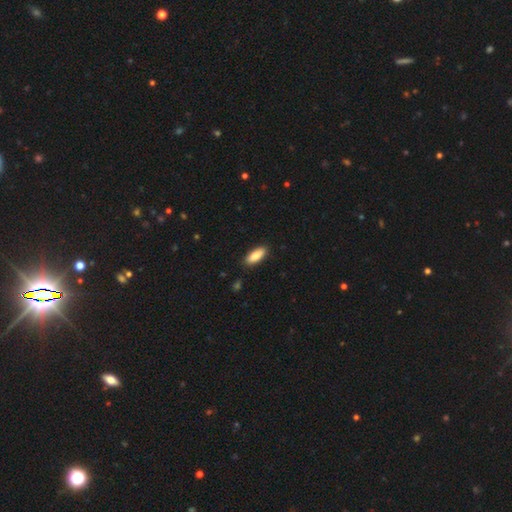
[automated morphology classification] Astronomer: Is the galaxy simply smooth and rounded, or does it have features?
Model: smooth — 86%.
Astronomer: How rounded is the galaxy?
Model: in between — 76%.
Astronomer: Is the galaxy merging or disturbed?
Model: none — 88%.